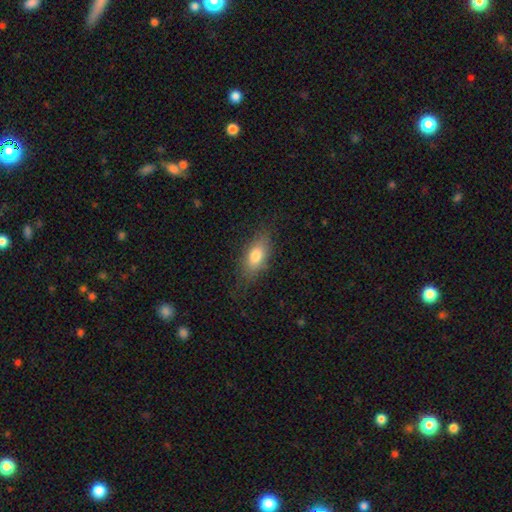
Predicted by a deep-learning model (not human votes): smooth_or_featured: smooth (p=0.76) [alt: featured or disk p=0.16]
how_rounded: in between (p=0.82) [alt: cigar-shaped p=0.12]
merging: none (p=0.76) [alt: minor disturbance p=0.17]